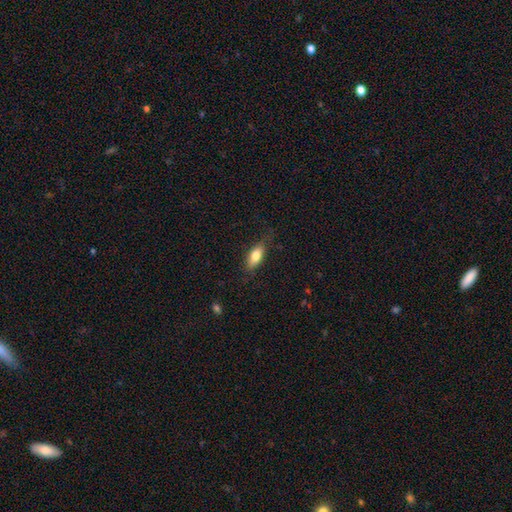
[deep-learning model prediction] Smooth or featured? smooth (75%)
How rounded? in between (78%)
Merging? none (76%)